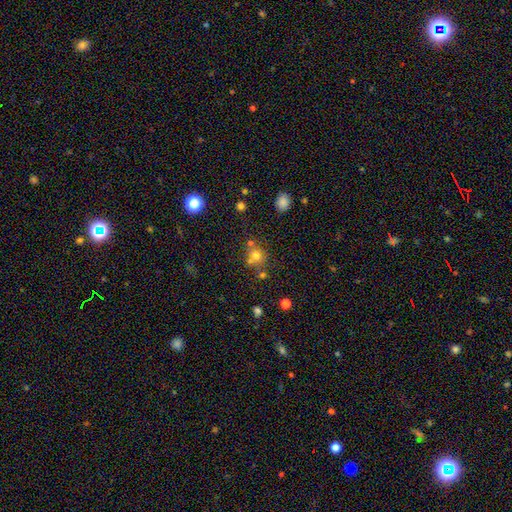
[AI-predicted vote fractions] Q: Smooth or featured?
A: smooth (70%); runner-up: star or artifact (19%)
Q: How rounded?
A: round (85%); runner-up: in between (14%)
Q: Merging?
A: none (59%); runner-up: merger (26%)